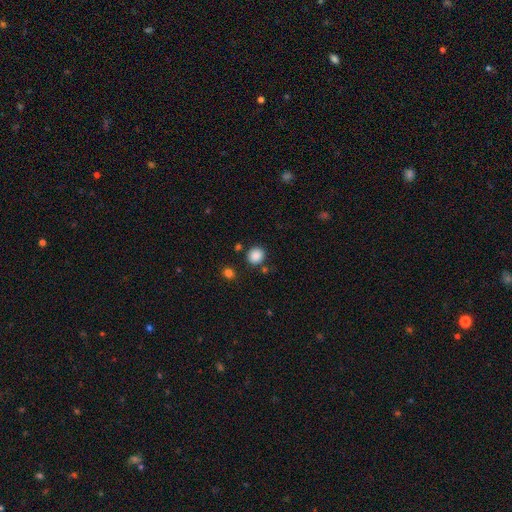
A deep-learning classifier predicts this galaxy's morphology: Overall: smooth (87%). How rounded: round (85%). Merging: none (84%).